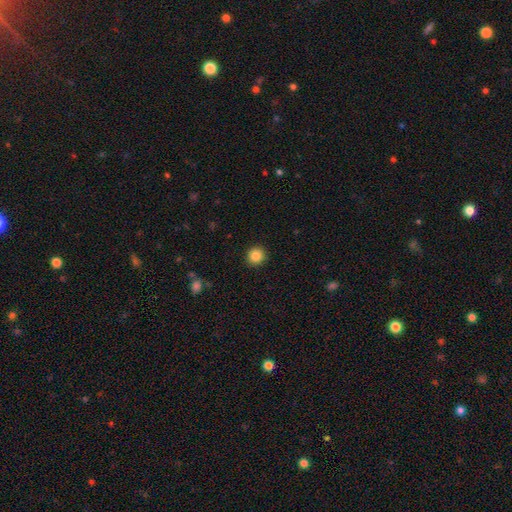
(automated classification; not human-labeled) Smooth or featured: smooth — 84% (star or artifact — 10%)
How rounded: round — 90% (in between — 9%)
Merging: none — 92% (minor disturbance — 6%)